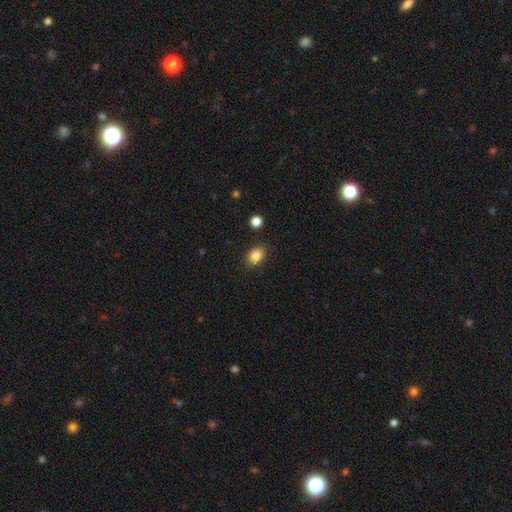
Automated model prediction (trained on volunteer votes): The model was most divided on "how rounded": in between: 73%, round: 26%, cigar-shaped: 1%. More confident: merging — none (86%); smooth or featured — smooth (85%).